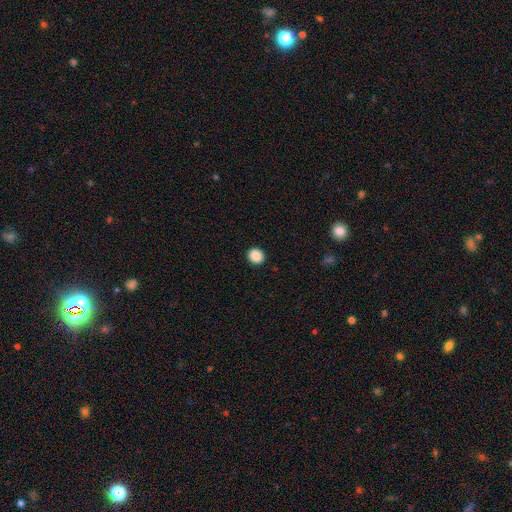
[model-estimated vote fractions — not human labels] smooth-or-featured: smooth: 89% | star or artifact: 9% | featured or disk: 2%
  how-rounded: round: 77% | in between: 22% | cigar-shaped: 1%
  merging: none: 92% | minor disturbance: 5% | major disturbance: 2% | merger: 1%